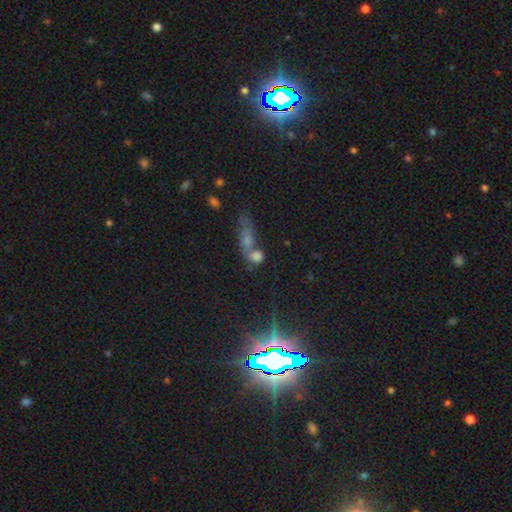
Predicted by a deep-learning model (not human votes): Overall: smooth (63%). How rounded: in between (48%; round 39%). Merging: merger (56%; none 25%).